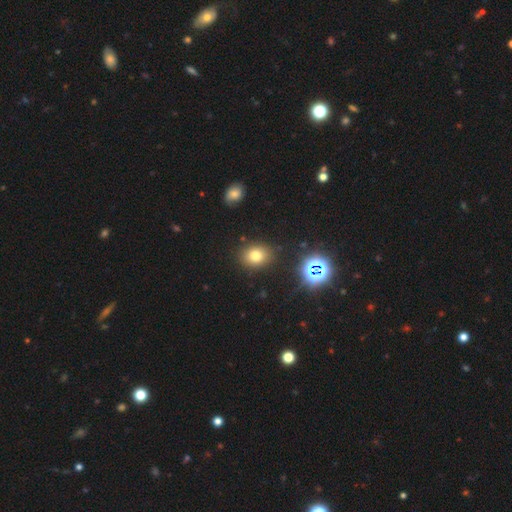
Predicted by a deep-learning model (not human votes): smooth-or-featured: smooth: 73% | star or artifact: 17% | featured or disk: 10%
  how-rounded: round: 50% | in between: 49% | cigar-shaped: 1%
  merging: none: 85% | minor disturbance: 10% | major disturbance: 3% | merger: 2%